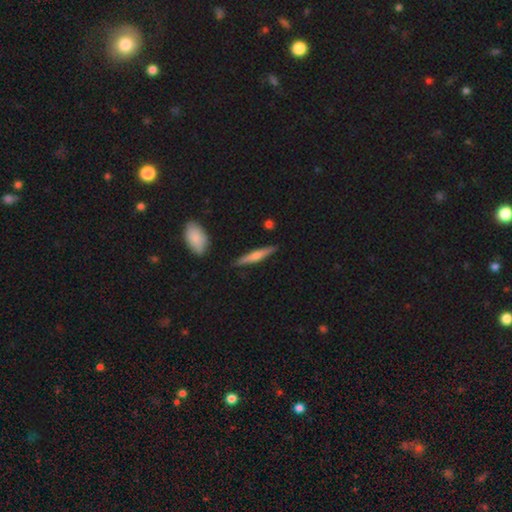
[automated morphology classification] type=featured or disk (51%); edge-on=yes (96%); merging=none (88%).